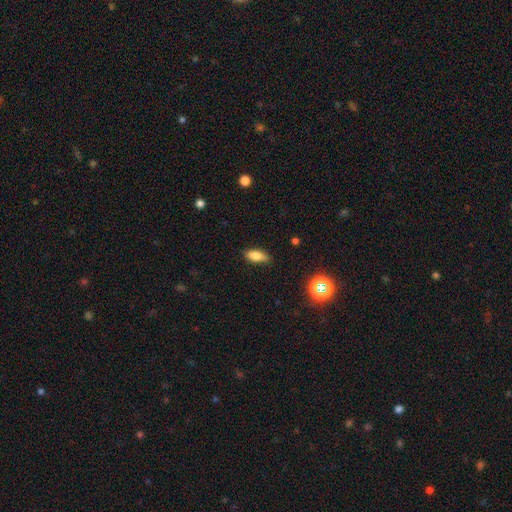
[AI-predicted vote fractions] Smooth or featured?
  - smooth: 77% *
  - featured or disk: 13%
  - star or artifact: 10%
How rounded?
  - in between: 78% *
  - cigar-shaped: 18%
  - round: 4%
Merging?
  - none: 80% *
  - minor disturbance: 16%
  - major disturbance: 3%
  - merger: 1%